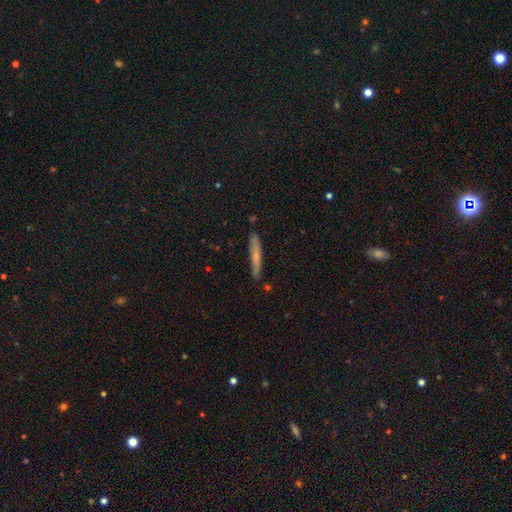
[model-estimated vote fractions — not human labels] This is possibly a smooth galaxy (59%). How rounded: clearly cigar-shaped (95%). Merging: clearly none (85%).